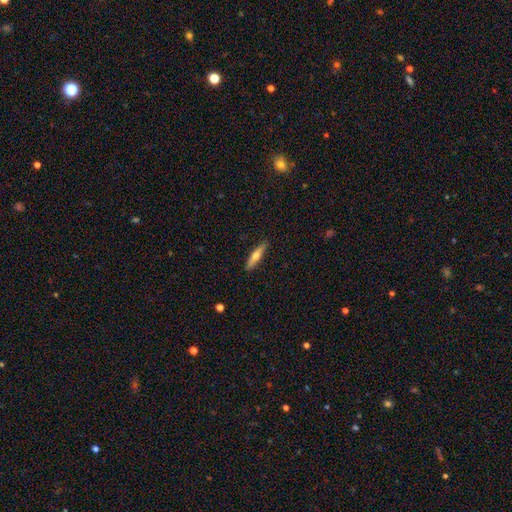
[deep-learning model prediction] A smooth galaxy with no disk features (48%).

Vote fractions:
- Smooth or featured? smooth: 48% / featured or disk: 47% / star or artifact: 6%
- Merging? none: 90% / minor disturbance: 8% / major disturbance: 2% / merger: 1%